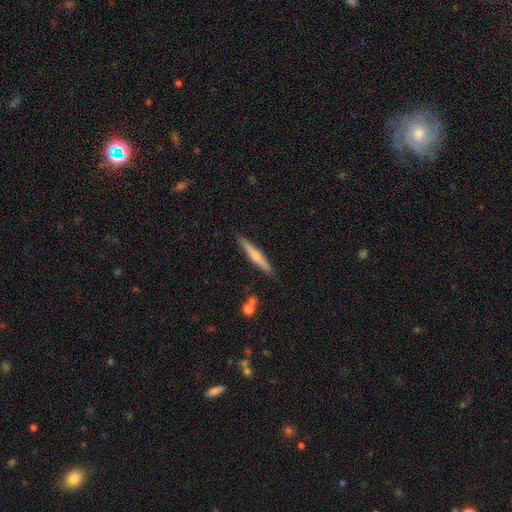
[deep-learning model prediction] A smooth galaxy with no disk features (51%) that is cigar-shaped (92%). Merging: none (87%).